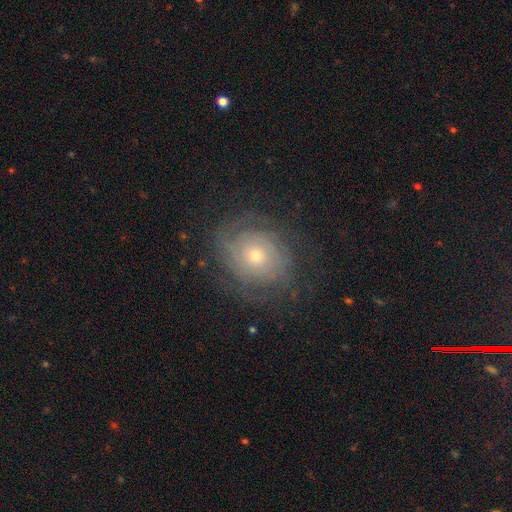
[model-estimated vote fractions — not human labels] smooth-or-featured: featured or disk: 67% | smooth: 23% | star or artifact: 11%
  disk-edge-on: no: 96% | yes: 4%
    bar: no: 84% | weak: 13% | strong: 3%
    has-spiral-arms: yes: 83% | no: 17%
      spiral-winding: tight: 71% | medium: 20% | loose: 8%
      spiral-arm-count: can't tell: 54% | 2: 17% | 3: 11% | 4: 7% | 1: 6% | more than 4: 5%
    bulge-size: small: 50% | moderate: 45% | large: 3% | dominant: 1% | none: 1%
  merging: none: 73% | minor disturbance: 16% | major disturbance: 10% | merger: 1%